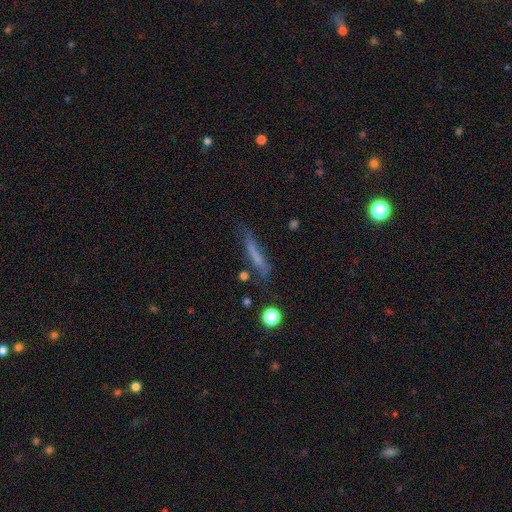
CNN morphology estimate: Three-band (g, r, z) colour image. It shows a smooth galaxy with no disk features (57%) that is cigar-shaped (90%). Merging: none (65%).